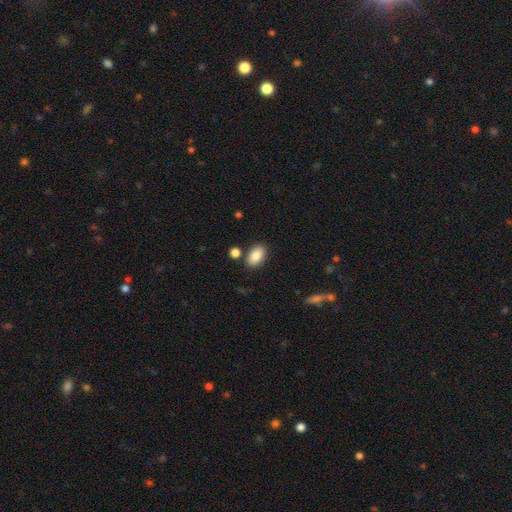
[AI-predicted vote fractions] This appears to be a smooth galaxy with no disk features (86%) that is in between round and cigar-shaped (91%). Merging: none (81%).